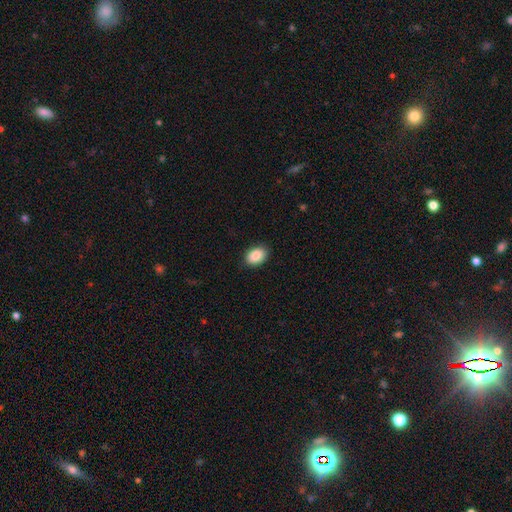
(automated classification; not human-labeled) Smooth or featured: smooth — 89% (star or artifact — 7%)
How rounded: in between — 82% (round — 17%)
Merging: none — 89% (minor disturbance — 8%)